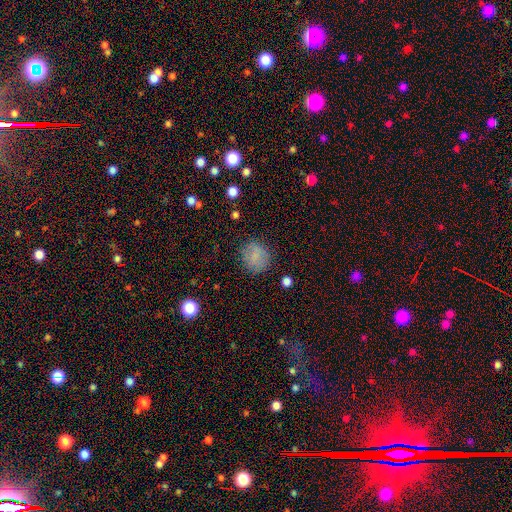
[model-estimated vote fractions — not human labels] smooth_or_featured: smooth (p=0.80) [alt: star or artifact p=0.11]
how_rounded: round (p=0.81) [alt: in between p=0.18]
merging: none (p=0.83) [alt: minor disturbance p=0.11]